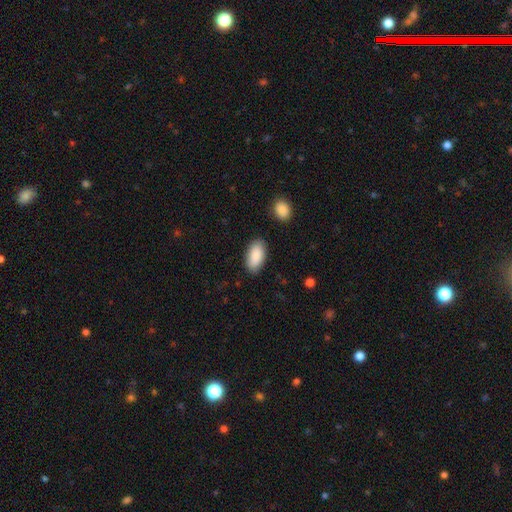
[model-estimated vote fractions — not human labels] smooth 90%, star or artifact 6%, featured or disk 5%. Down the decision tree: how rounded — in between (93%); merging — none (85%).